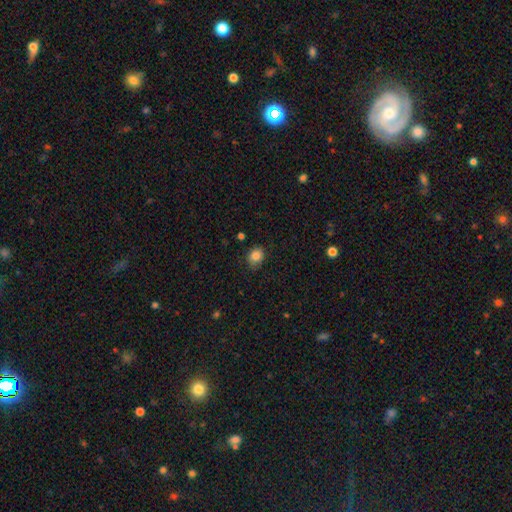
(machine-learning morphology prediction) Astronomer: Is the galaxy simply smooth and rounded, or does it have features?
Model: smooth — 85%.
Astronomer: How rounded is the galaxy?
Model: round — 57% (runner-up: in between, 42%).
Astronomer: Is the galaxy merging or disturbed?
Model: none — 78%.